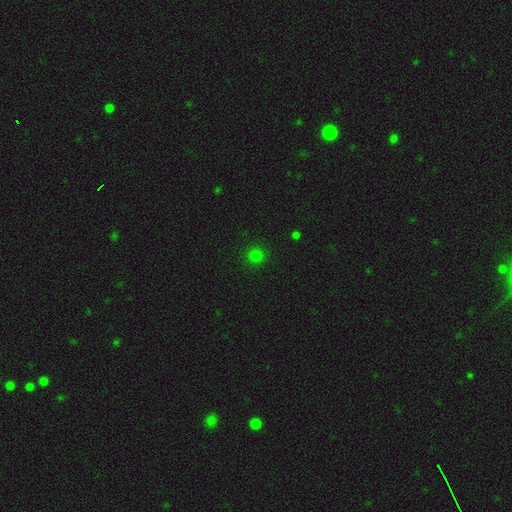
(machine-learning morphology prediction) Smooth or featured?
  - smooth: 77% *
  - star or artifact: 19%
  - featured or disk: 4%
How rounded?
  - round: 93% *
  - in between: 6%
  - cigar-shaped: 1%
Merging?
  - none: 91% *
  - minor disturbance: 6%
  - major disturbance: 2%
  - merger: 1%